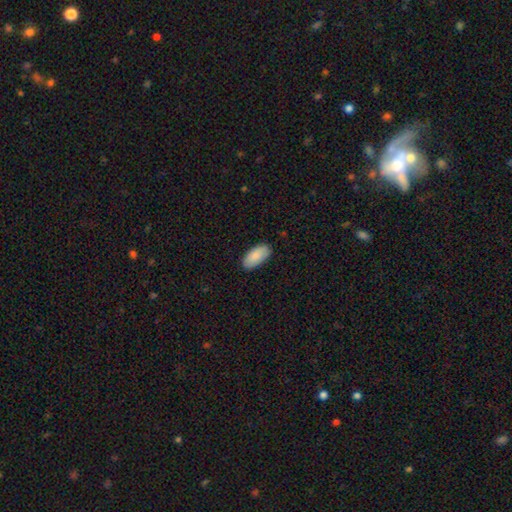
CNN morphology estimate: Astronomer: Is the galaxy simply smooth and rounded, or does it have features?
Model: smooth — 88%.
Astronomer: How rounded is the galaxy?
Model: in between — 94%.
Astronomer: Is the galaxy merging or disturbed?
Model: none — 86%.